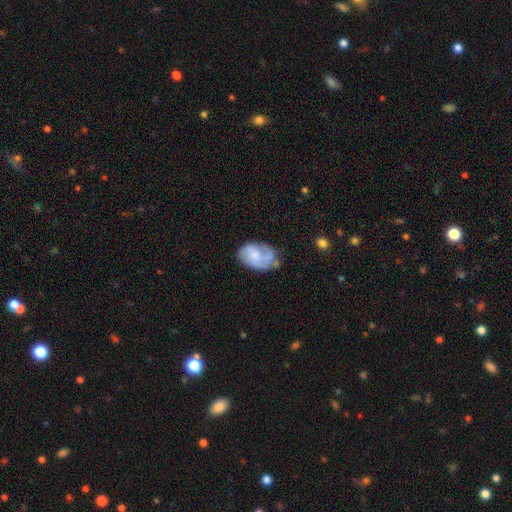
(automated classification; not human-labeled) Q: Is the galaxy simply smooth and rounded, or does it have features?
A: featured or disk — 57%.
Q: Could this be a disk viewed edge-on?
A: no — 97%.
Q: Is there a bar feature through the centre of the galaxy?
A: no — 65%.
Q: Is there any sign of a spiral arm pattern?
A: yes — 81%.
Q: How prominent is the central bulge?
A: moderate — 36%.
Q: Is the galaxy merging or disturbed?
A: none — 52%.